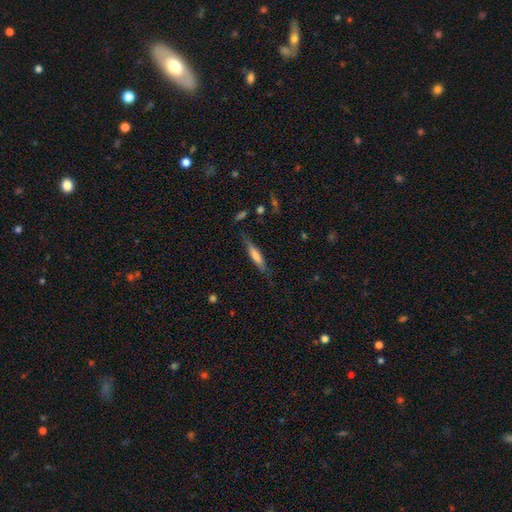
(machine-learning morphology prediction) type=smooth (64%); roundness=cigar-shaped (83%); merging=none (77%).